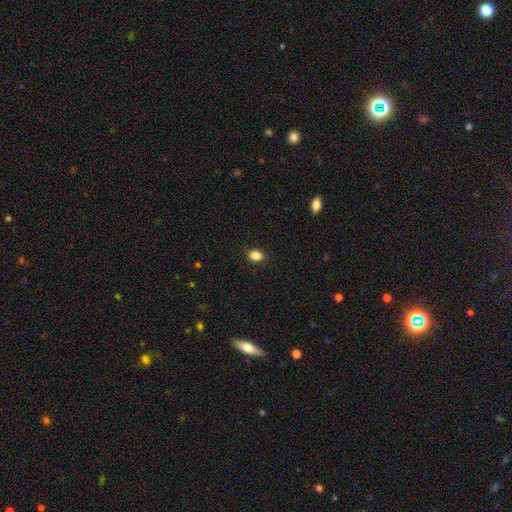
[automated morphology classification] smooth-or-featured: smooth: 85% | star or artifact: 10% | featured or disk: 5%
  how-rounded: in between: 72% | round: 27% | cigar-shaped: 1%
  merging: none: 89% | minor disturbance: 8% | major disturbance: 2% | merger: 1%